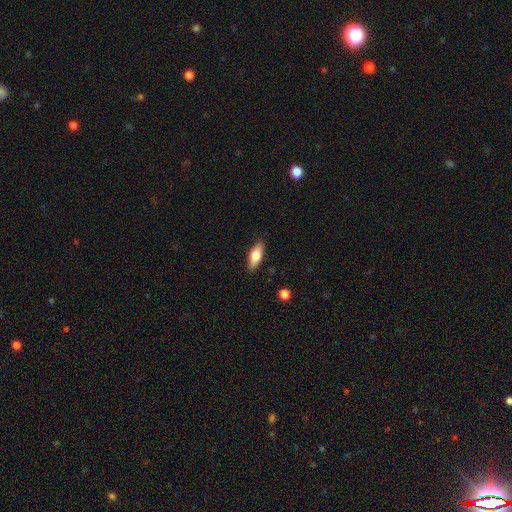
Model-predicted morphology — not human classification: type=smooth (74%); roundness=in between (76%); merging=none (88%).